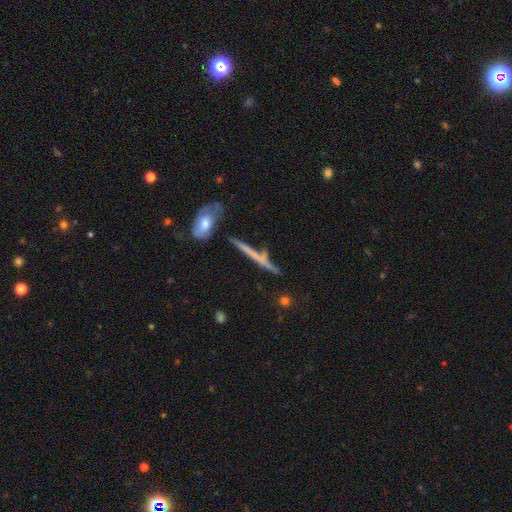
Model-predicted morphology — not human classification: A featured or disk galaxy (55%) viewed edge-on (91%).

Vote fractions:
- Smooth or featured? featured or disk: 55% / smooth: 37% / star or artifact: 9%
- Edge-on disk? yes: 91% / no: 9%
- Merging? none: 68% / minor disturbance: 17% / merger: 9% / major disturbance: 6%